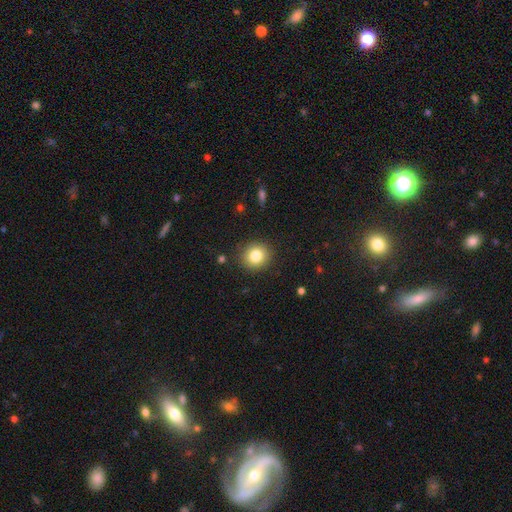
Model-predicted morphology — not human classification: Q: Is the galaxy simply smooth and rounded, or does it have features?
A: smooth — 81%.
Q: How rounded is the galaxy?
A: round — 86%.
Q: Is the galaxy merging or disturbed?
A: none — 89%.